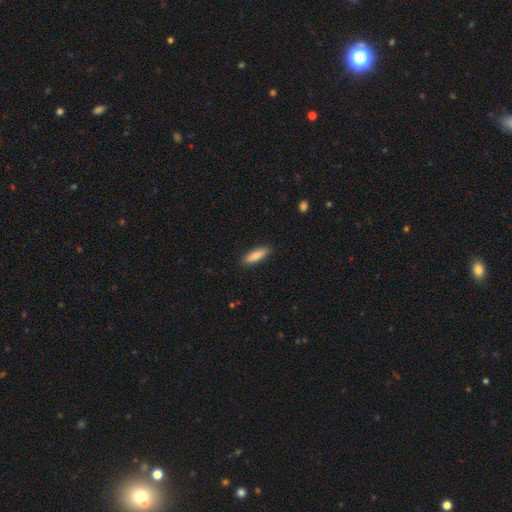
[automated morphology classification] The model was most divided on "how rounded": cigar-shaped: 54%, in between: 44%, round: 2%. More confident: merging — none (89%); smooth or featured — smooth (84%).